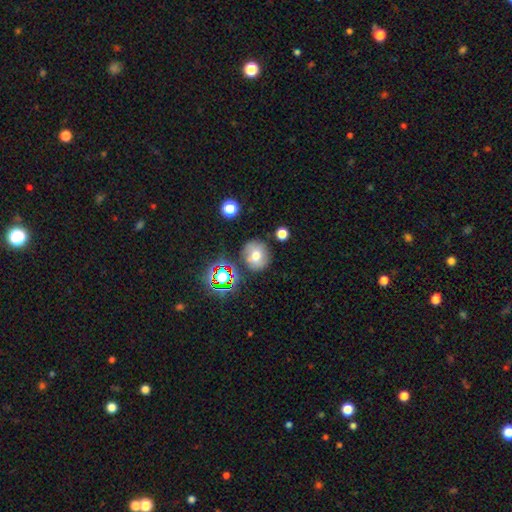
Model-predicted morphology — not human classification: Smooth or featured: smooth — 60% (featured or disk — 21%)
How rounded: round — 81% (in between — 18%)
Merging: none — 74% (minor disturbance — 15%)